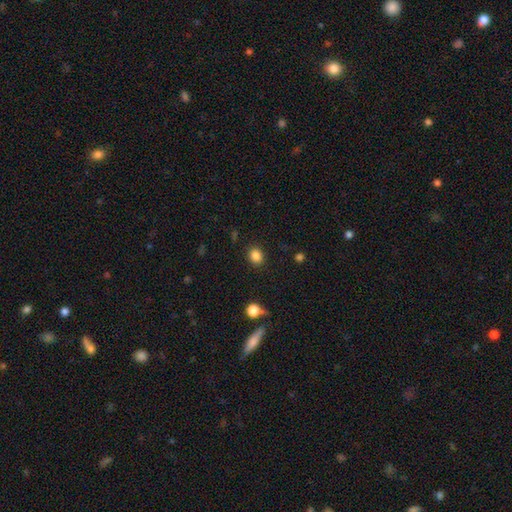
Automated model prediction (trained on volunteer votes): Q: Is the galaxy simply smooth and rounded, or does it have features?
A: smooth — 85%.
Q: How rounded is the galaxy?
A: round — 63%.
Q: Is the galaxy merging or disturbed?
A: none — 87%.